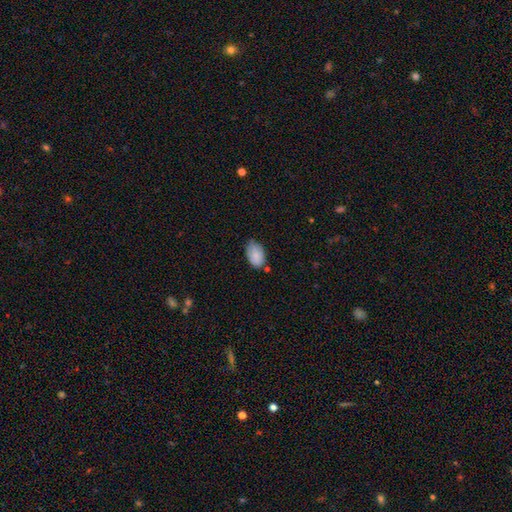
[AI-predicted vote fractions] Morphology: type=smooth (82%); roundness=in between (92%); merging=none (62%).